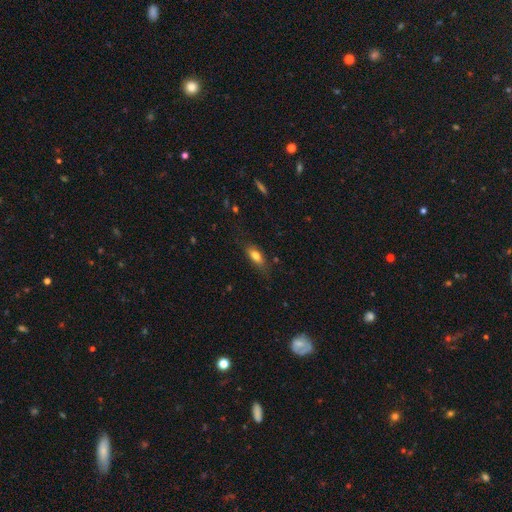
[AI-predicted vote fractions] Smooth or featured? Predicted: smooth (p=0.75). How rounded? Predicted: in between (p=0.72). Merging? Predicted: none (p=0.70).